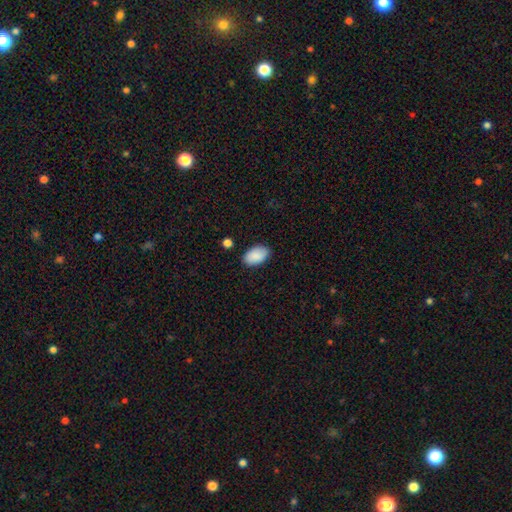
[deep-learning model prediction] The model was most divided on "merging": none: 84%, minor disturbance: 11%, major disturbance: 2%, merger: 2%. More confident: how rounded — in between (94%); smooth or featured — smooth (90%).